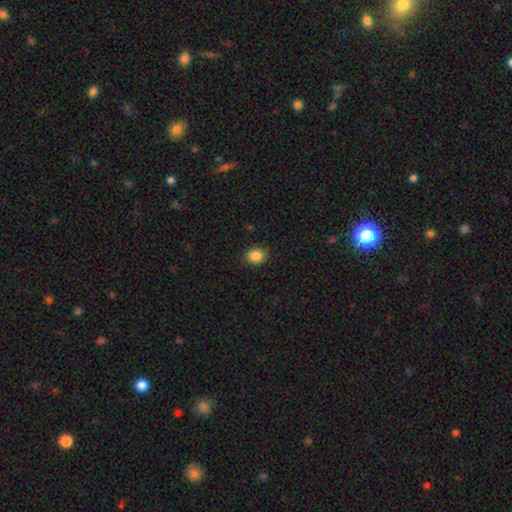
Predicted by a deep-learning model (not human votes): Smooth or featured? smooth (87%)
How rounded? round (61%)
Merging? none (89%)